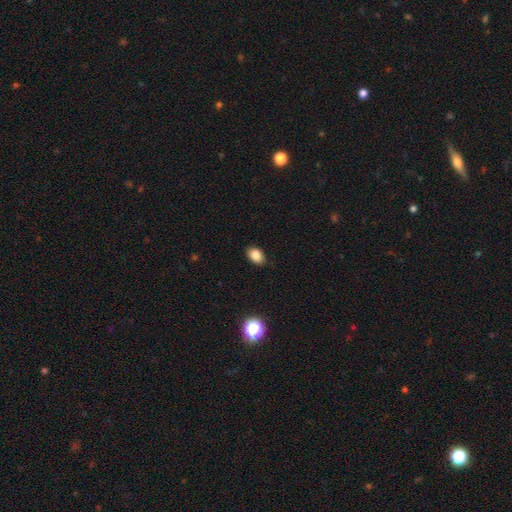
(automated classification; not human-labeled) A smooth galaxy with no disk features (86%) that is in between round and cigar-shaped (82%). Merging: none (87%).